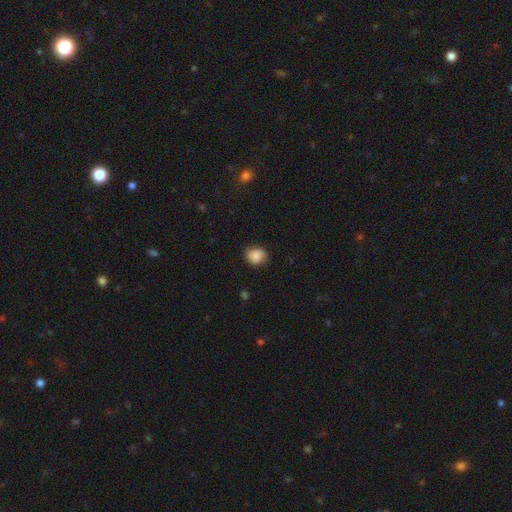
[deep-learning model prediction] Smooth or featured? Predicted: smooth (p=0.86). How rounded? Predicted: round (p=0.74). Merging? Predicted: none (p=0.75).